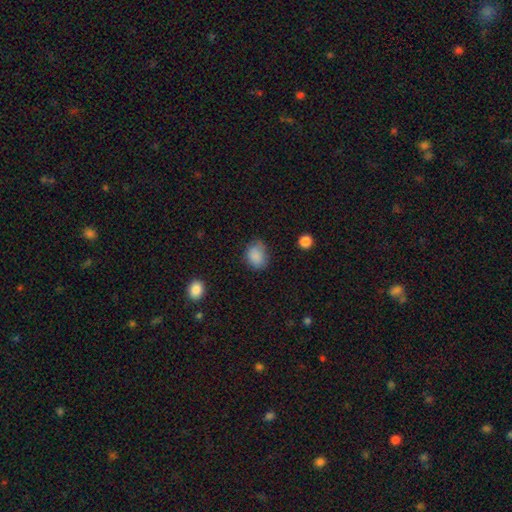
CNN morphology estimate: smooth-or-featured: smooth: 86% | star or artifact: 9% | featured or disk: 5%
  how-rounded: in between: 54% | round: 45% | cigar-shaped: 1%
  merging: none: 61% | minor disturbance: 30% | major disturbance: 7% | merger: 2%